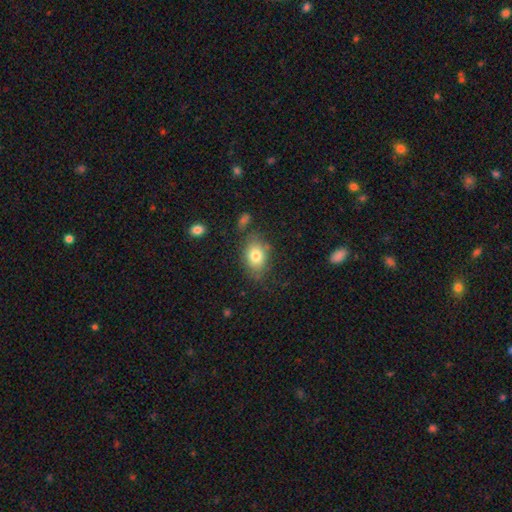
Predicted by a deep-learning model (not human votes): smooth_or_featured: smooth (p=0.78) [alt: featured or disk p=0.13]
how_rounded: in between (p=0.79) [alt: round p=0.20]
merging: none (p=0.72) [alt: minor disturbance p=0.19]